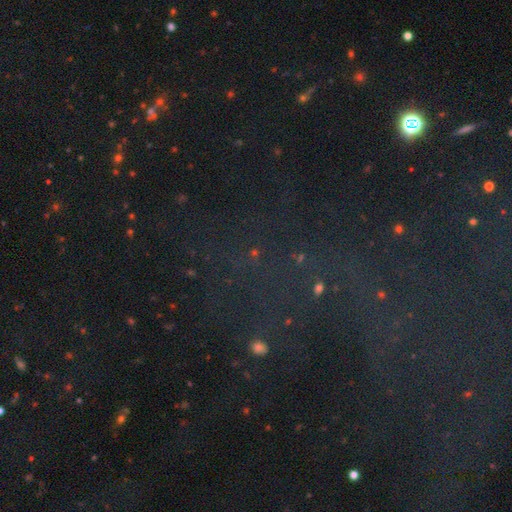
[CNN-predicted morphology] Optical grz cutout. It shows a star or artifact, not a galaxy (75%).